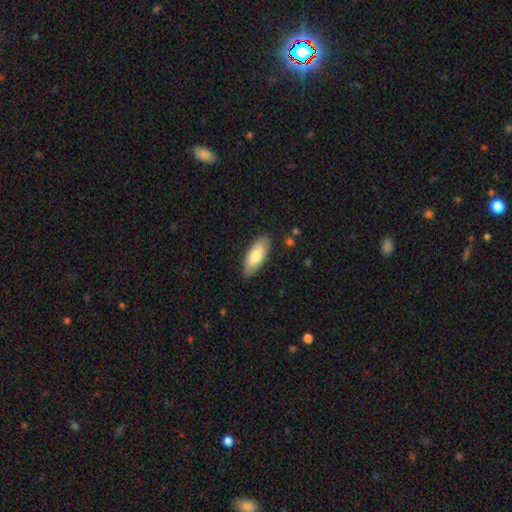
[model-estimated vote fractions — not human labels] Smooth or featured: smooth — 77% (featured or disk — 17%)
How rounded: in between — 78% (cigar-shaped — 21%)
Merging: none — 85% (minor disturbance — 11%)